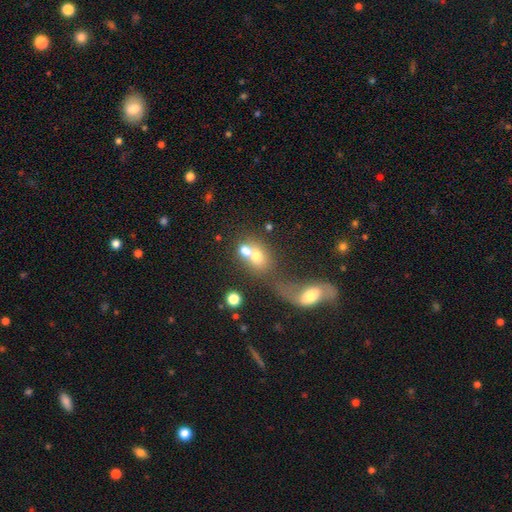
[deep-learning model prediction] Smooth or featured?
  - smooth: 63% *
  - featured or disk: 24%
  - star or artifact: 12%
How rounded?
  - in between: 52% *
  - round: 46%
  - cigar-shaped: 2%
Merging?
  - merger: 63% *
  - none: 21%
  - major disturbance: 8%
  - minor disturbance: 7%